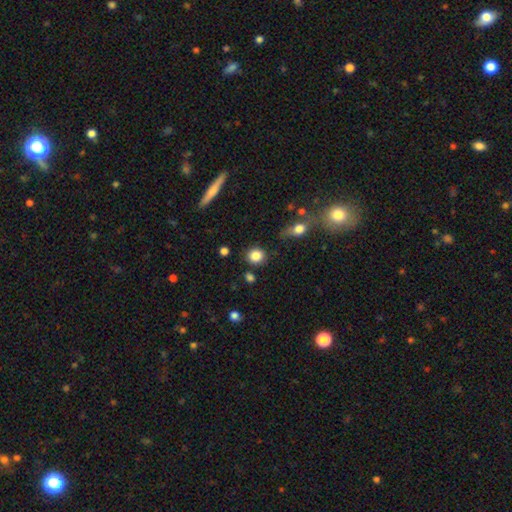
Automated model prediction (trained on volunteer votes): Smooth or featured: smooth — 85% (star or artifact — 10%)
How rounded: round — 82% (in between — 17%)
Merging: none — 83% (minor disturbance — 10%)